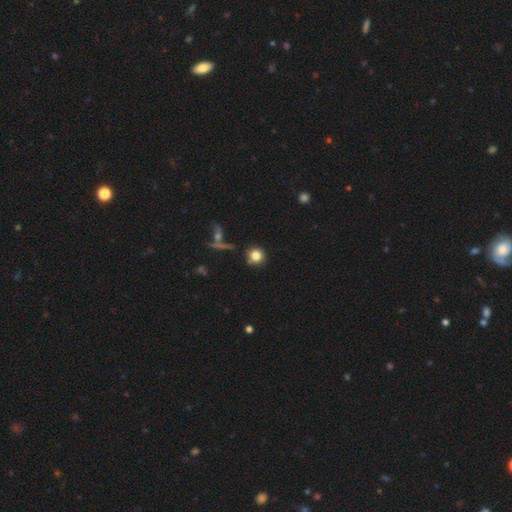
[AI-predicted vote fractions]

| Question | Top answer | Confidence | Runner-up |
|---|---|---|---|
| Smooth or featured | smooth | 79% | star or artifact (12%) |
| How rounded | round | 90% | in between (9%) |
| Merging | none | 80% | minor disturbance (10%) |